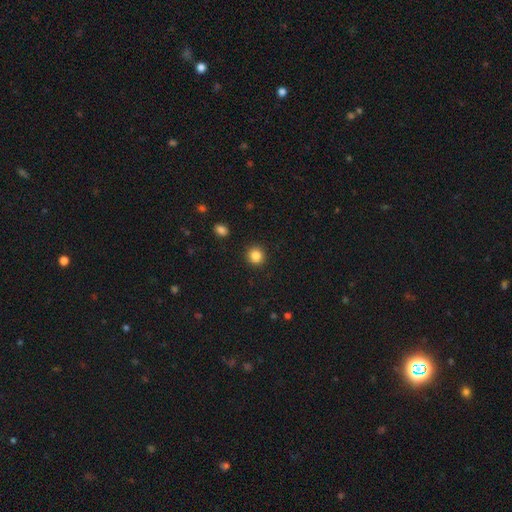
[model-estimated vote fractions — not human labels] Q: Smooth or featured?
A: smooth (85%); runner-up: star or artifact (11%)
Q: How rounded?
A: round (92%); runner-up: in between (8%)
Q: Merging?
A: none (92%); runner-up: minor disturbance (5%)